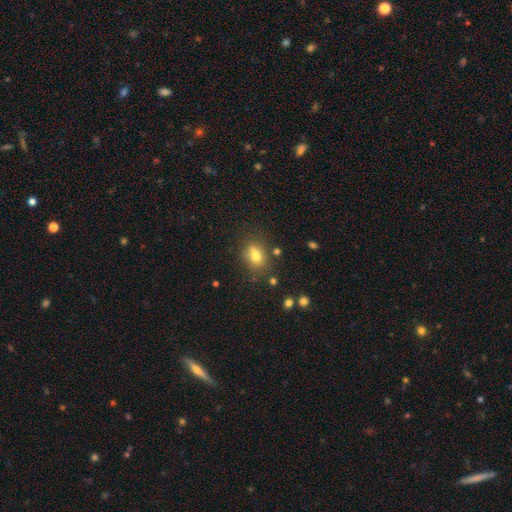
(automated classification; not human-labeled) A smooth galaxy with no disk features (73%) that is in between round and cigar-shaped (64%).

Vote fractions:
- Smooth or featured? smooth: 73% / featured or disk: 14% / star or artifact: 13%
- How rounded? in between: 64% / round: 33% / cigar-shaped: 3%
- Merging? none: 64% / minor disturbance: 16% / merger: 14% / major disturbance: 5%